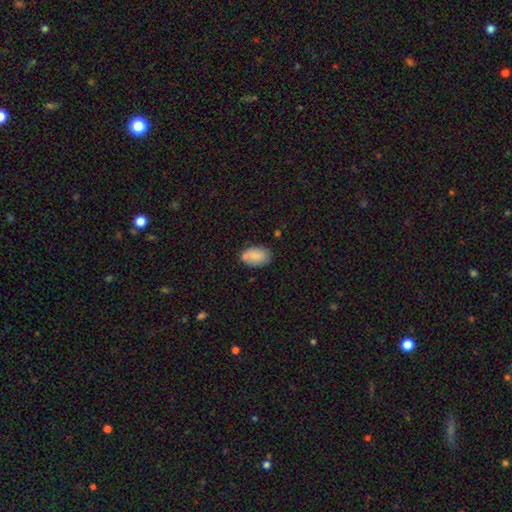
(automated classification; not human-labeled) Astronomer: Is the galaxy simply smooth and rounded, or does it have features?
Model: smooth — 81%.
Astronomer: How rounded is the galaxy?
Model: in between — 87%.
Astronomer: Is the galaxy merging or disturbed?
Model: none — 65%.